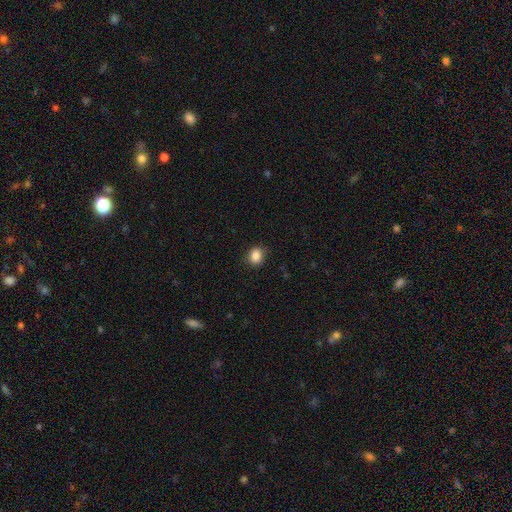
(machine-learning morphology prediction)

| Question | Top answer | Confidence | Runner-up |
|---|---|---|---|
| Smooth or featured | smooth | 86% | star or artifact (10%) |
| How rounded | round | 63% | in between (36%) |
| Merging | none | 87% | minor disturbance (9%) |